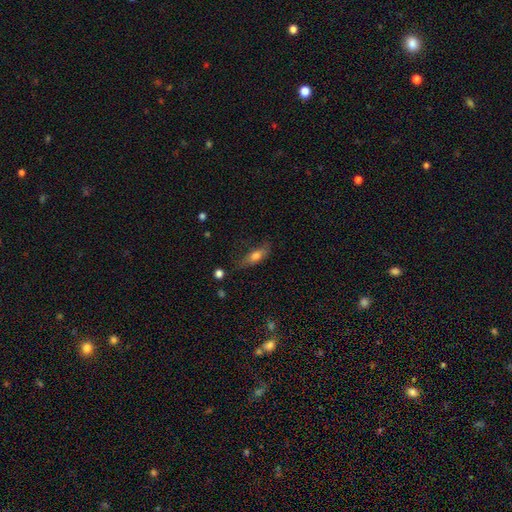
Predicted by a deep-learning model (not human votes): This is likely a smooth galaxy (69%). How rounded: likely in between (64%). Merging: likely none (61%).